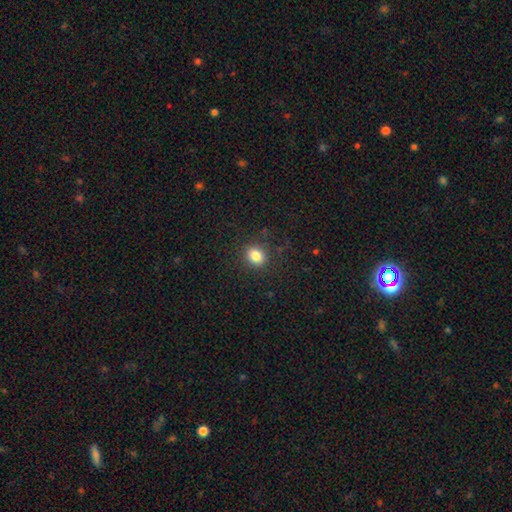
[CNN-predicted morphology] Overall: smooth (83%). How rounded: round (63%; in between 36%). Merging: none (86%).